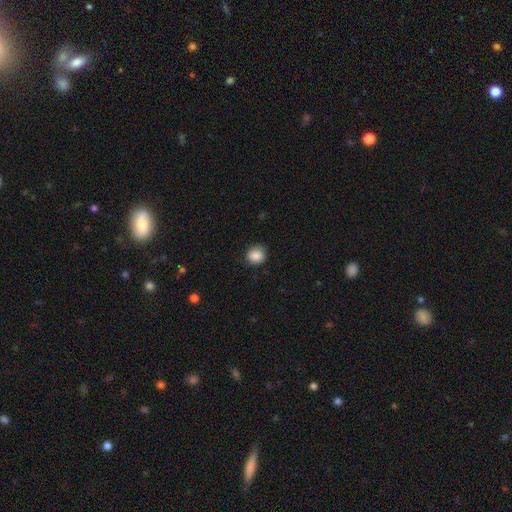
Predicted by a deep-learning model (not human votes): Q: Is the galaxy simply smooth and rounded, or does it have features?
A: smooth — 87%.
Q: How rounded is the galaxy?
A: round — 79%.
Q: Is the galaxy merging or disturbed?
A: none — 80%.